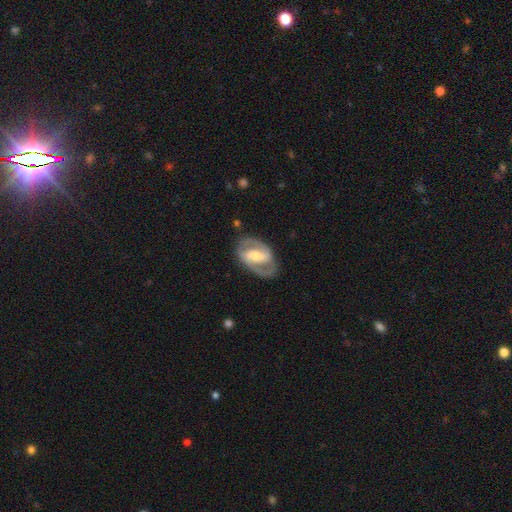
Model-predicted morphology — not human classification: Smooth or featured?
  - featured or disk: 81% *
  - smooth: 14%
  - star or artifact: 5%
Edge-on disk?
  - no: 96% *
  - yes: 4%
Bar?
  - strong: 48% *
  - weak: 36%
  - no: 16%
Spiral arms?
  - yes: 87% *
  - no: 13%
Spiral winding?
  - medium: 52% *
  - tight: 31%
  - loose: 17%
Spiral arm count?
  - 2: 88% *
  - can't tell: 6%
  - 1: 3%
  - 3: 1%
  - 4: 1%
  - more than 4: 1%
Bulge size?
  - moderate: 57% *
  - small: 30%
  - large: 9%
  - none: 2%
  - dominant: 1%
Merging?
  - none: 78% *
  - minor disturbance: 14%
  - major disturbance: 6%
  - merger: 1%